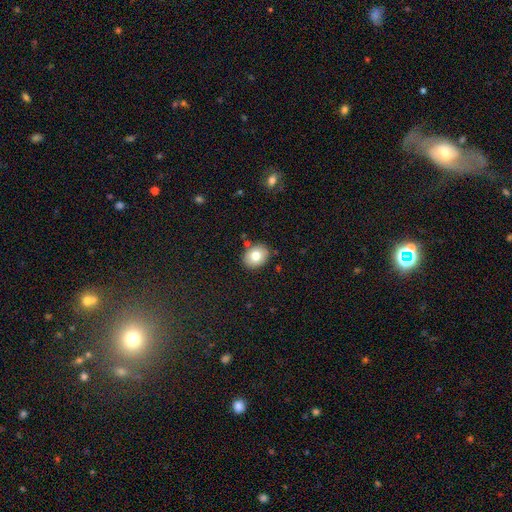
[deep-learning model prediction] This appears to be a smooth galaxy with no disk features (77%) that is in between round and cigar-shaped (52%). Merging: none (84%).